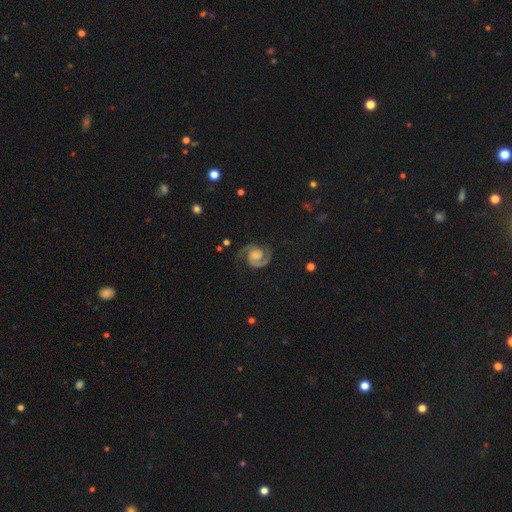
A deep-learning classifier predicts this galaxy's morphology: Smooth or featured?
  - featured or disk: 90% *
  - star or artifact: 6%
  - smooth: 5%
Edge-on disk?
  - no: 98% *
  - yes: 2%
Bar?
  - no: 62% *
  - weak: 31%
  - strong: 8%
Spiral arms?
  - yes: 98% *
  - no: 2%
Spiral winding?
  - medium: 53% *
  - tight: 34%
  - loose: 13%
Spiral arm count?
  - 2: 93% *
  - 1: 2%
  - can't tell: 2%
  - 3: 1%
  - 4: 1%
  - more than 4: 1%
Bulge size?
  - moderate: 34% *
  - small: 33%
  - none: 21%
  - large: 11%
  - dominant: 2%
Merging?
  - none: 77% *
  - minor disturbance: 15%
  - major disturbance: 7%
  - merger: 2%